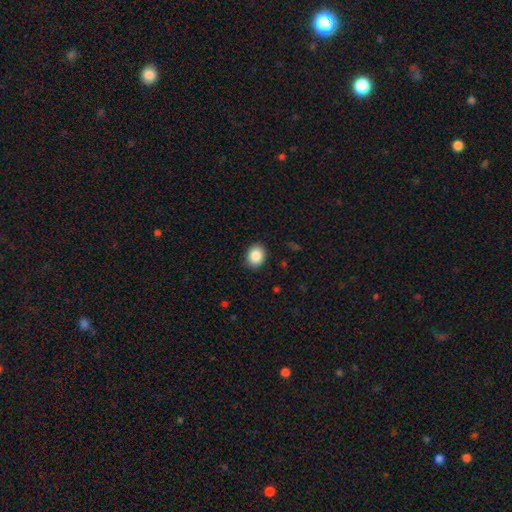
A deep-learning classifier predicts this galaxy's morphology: Smooth or featured?
  - smooth: 87% *
  - star or artifact: 8%
  - featured or disk: 4%
How rounded?
  - round: 52% *
  - in between: 47%
  - cigar-shaped: 1%
Merging?
  - none: 88% *
  - minor disturbance: 9%
  - major disturbance: 2%
  - merger: 1%